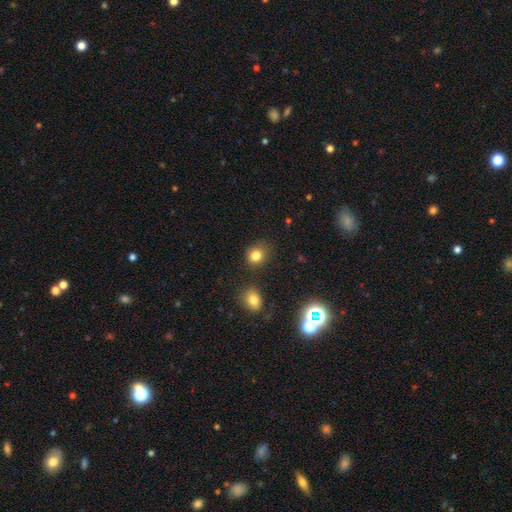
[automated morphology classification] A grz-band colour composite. It shows a smooth galaxy with no disk features (81%) that is round (78%). Merging: none (83%).